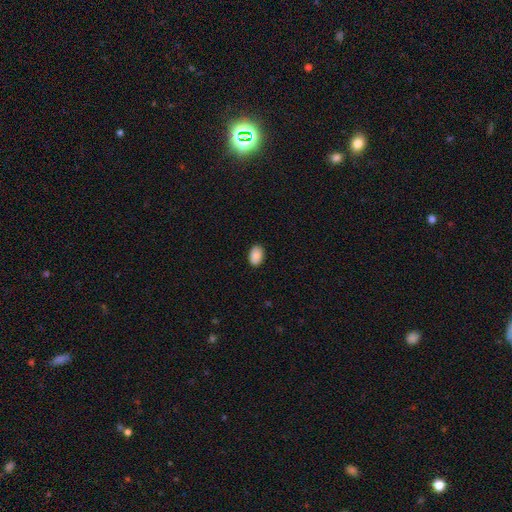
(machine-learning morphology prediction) Q: Smooth or featured?
A: smooth (88%); runner-up: star or artifact (7%)
Q: How rounded?
A: in between (88%); runner-up: round (11%)
Q: Merging?
A: none (88%); runner-up: minor disturbance (9%)